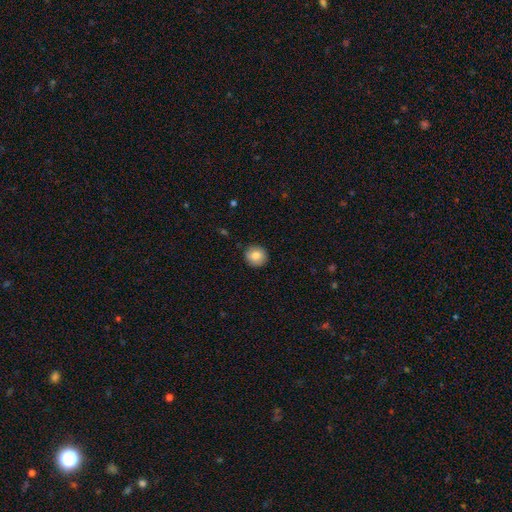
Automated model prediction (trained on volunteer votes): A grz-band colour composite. It shows a smooth galaxy with no disk features (84%) that is round (91%). Merging: none (88%).